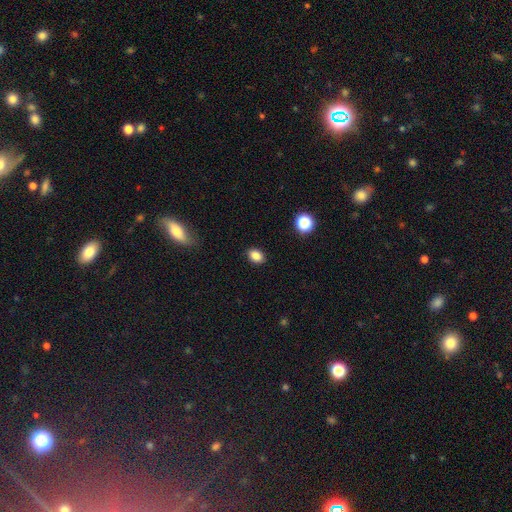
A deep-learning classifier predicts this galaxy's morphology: The model was most divided on "how rounded": in between: 75%, round: 24%, cigar-shaped: 1%. More confident: merging — none (89%); smooth or featured — smooth (85%).